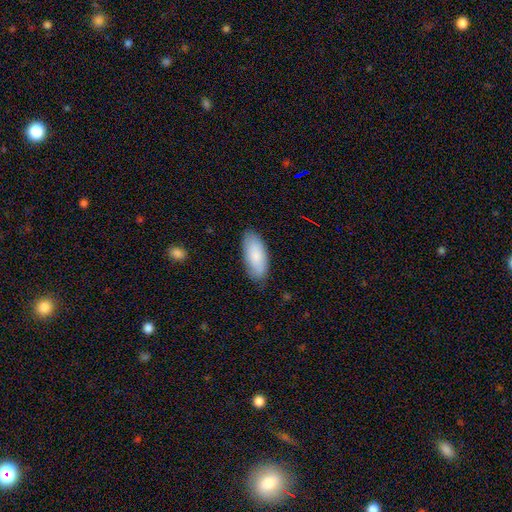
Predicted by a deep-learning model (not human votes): This is clearly a smooth galaxy (83%). How rounded: clearly in between (88%). Merging: clearly none (82%).